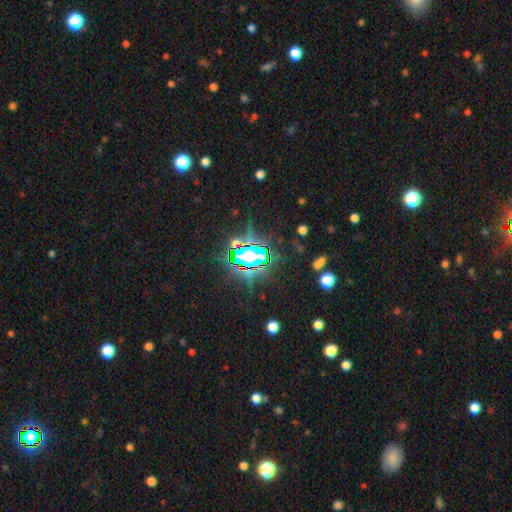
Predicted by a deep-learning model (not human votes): Smooth or featured?
  - star or artifact: 79% *
  - smooth: 11%
  - featured or disk: 9%